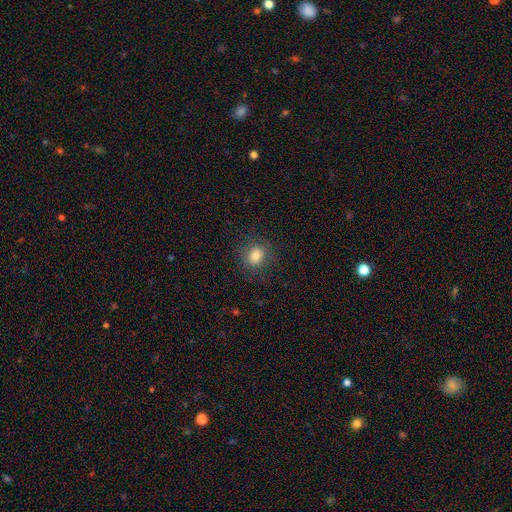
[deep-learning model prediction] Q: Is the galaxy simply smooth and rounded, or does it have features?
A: smooth — 81%.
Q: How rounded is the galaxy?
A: round — 67%.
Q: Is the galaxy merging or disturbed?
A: none — 85%.